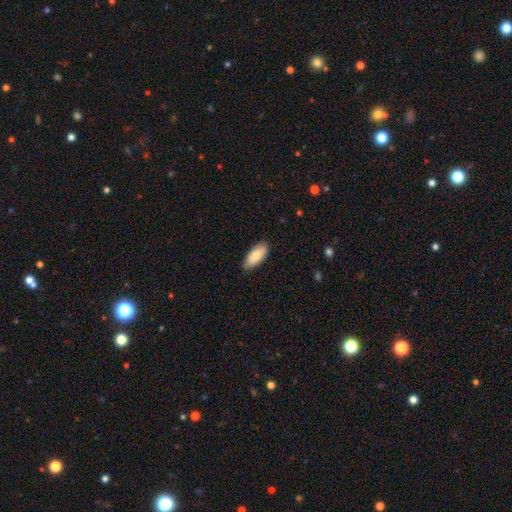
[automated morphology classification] smooth 82%, featured or disk 12%, star or artifact 6%. Down the decision tree: how rounded — in between (86%); merging — none (85%).